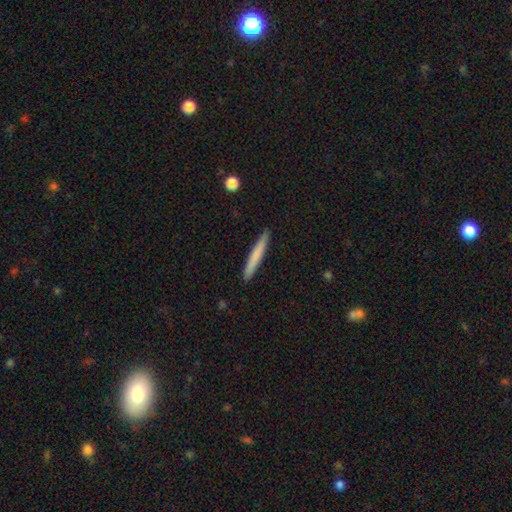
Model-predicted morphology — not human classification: Smooth or featured?
  - smooth: 72% *
  - featured or disk: 23%
  - star or artifact: 5%
How rounded?
  - cigar-shaped: 96% *
  - in between: 3%
  - round: 1%
Merging?
  - none: 91% *
  - minor disturbance: 6%
  - major disturbance: 1%
  - merger: 1%